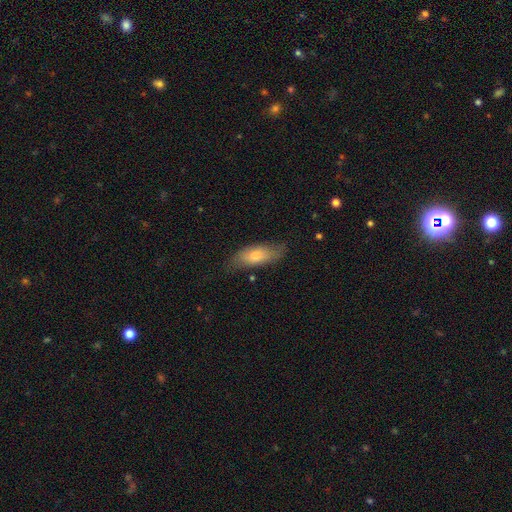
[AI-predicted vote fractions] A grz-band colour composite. It shows a smooth galaxy with no disk features (75%) that is in between round and cigar-shaped (73%). Merging: none (67%).